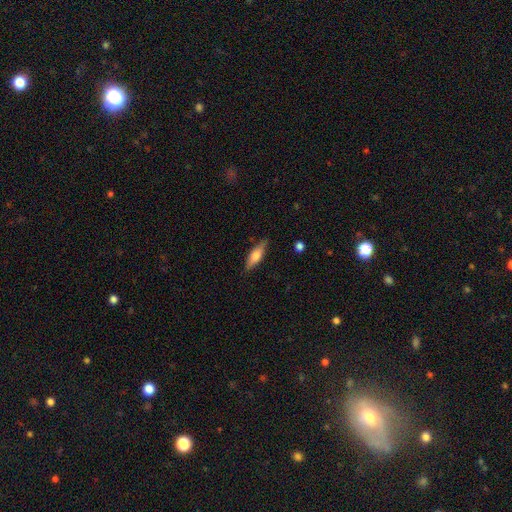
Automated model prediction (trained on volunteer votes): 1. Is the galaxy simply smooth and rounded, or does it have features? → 57% smooth, 37% featured or disk, 6% star or artifact.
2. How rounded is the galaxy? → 55% cigar-shaped, 43% in between, 2% round.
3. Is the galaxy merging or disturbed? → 84% none, 12% minor disturbance, 3% major disturbance, 1% merger.